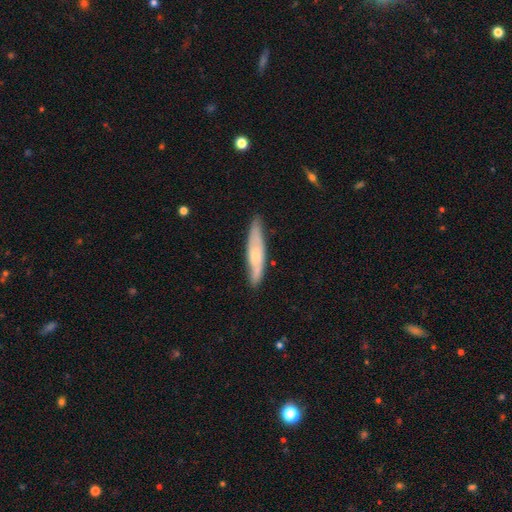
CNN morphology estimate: Smooth or featured: smooth — 49% (featured or disk — 45%)
Merging: none — 76% (minor disturbance — 19%)